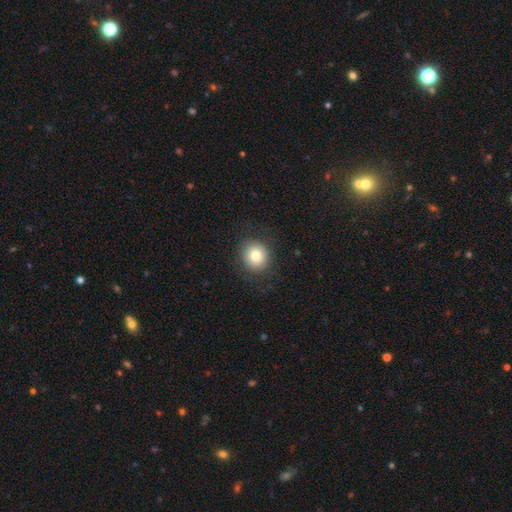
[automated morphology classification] A smooth galaxy with no disk features (80%) that is round (88%). Merging: none (87%).